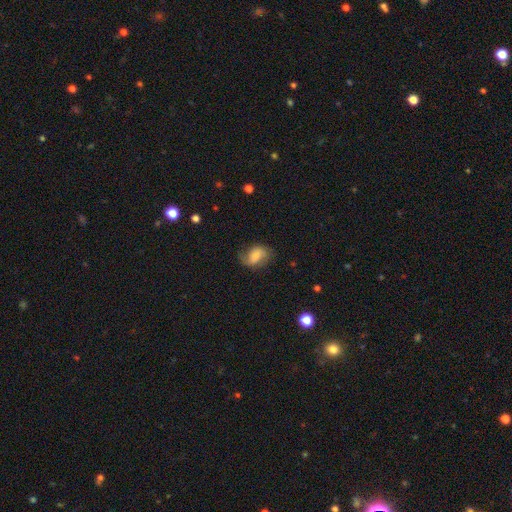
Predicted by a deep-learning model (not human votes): Smooth or featured: smooth — 51% (featured or disk — 40%)
How rounded: in between — 77% (round — 21%)
Merging: none — 63% (minor disturbance — 24%)